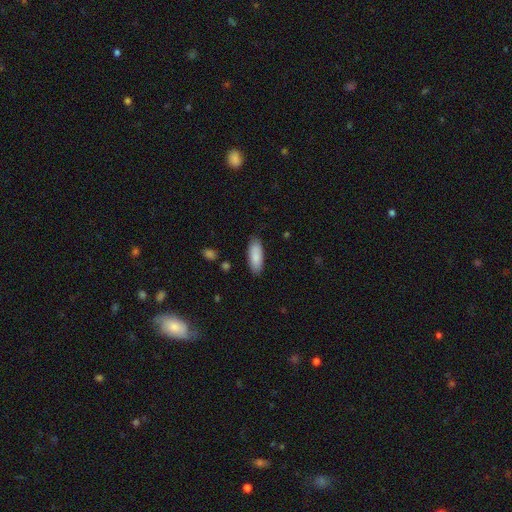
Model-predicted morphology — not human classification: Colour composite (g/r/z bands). It shows a smooth galaxy with no disk features (88%) that is in between round and cigar-shaped (76%). Merging: none (86%).